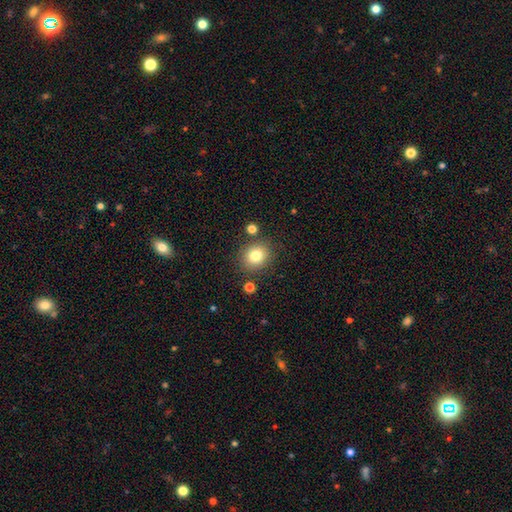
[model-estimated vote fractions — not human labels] The model was most divided on "how rounded": round: 72%, in between: 28%, cigar-shaped: 1%. More confident: merging — none (82%); smooth or featured — smooth (80%).